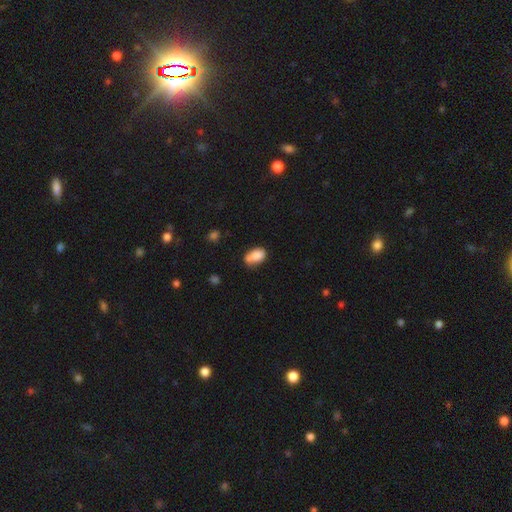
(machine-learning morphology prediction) Smooth or featured: smooth — 83% (star or artifact — 9%)
How rounded: in between — 86% (round — 13%)
Merging: none — 49% (minor disturbance — 28%)